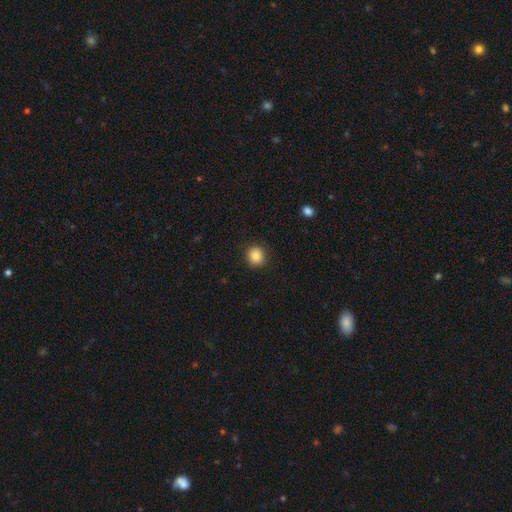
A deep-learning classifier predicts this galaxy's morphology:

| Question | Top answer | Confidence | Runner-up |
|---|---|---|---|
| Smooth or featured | smooth | 87% | star or artifact (10%) |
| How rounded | round | 91% | in between (8%) |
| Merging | none | 90% | minor disturbance (7%) |